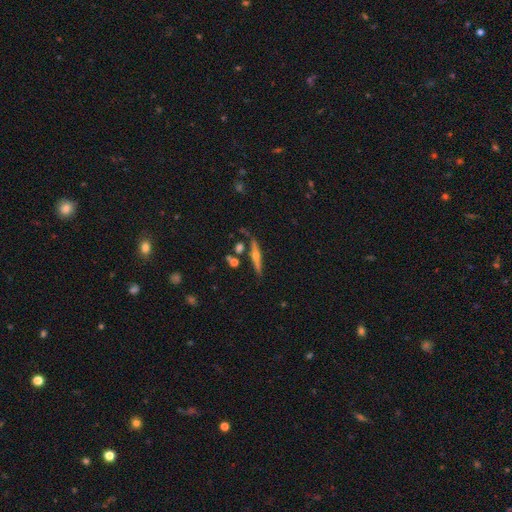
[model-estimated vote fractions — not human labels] Smooth or featured?
  - featured or disk: 68% *
  - smooth: 25%
  - star or artifact: 7%
Edge-on disk?
  - yes: 95% *
  - no: 5%
Edge-on bulge?
  - rounded: 92% *
  - none: 5%
  - boxy: 3%
Merging?
  - none: 78% *
  - minor disturbance: 12%
  - merger: 7%
  - major disturbance: 3%